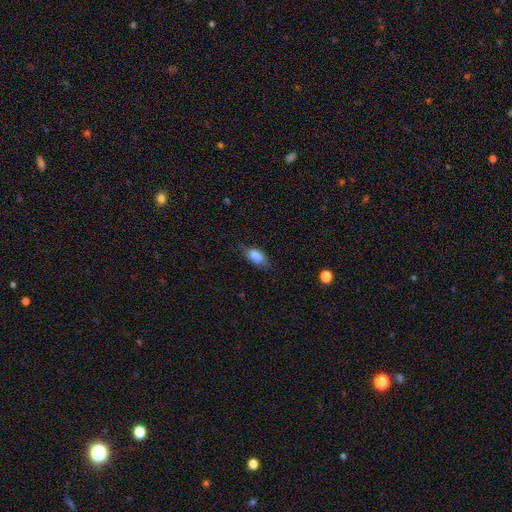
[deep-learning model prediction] The model was most divided on "merging": none: 68%, minor disturbance: 24%, major disturbance: 6%, merger: 1%. More confident: how rounded — in between (86%); smooth or featured — smooth (84%).